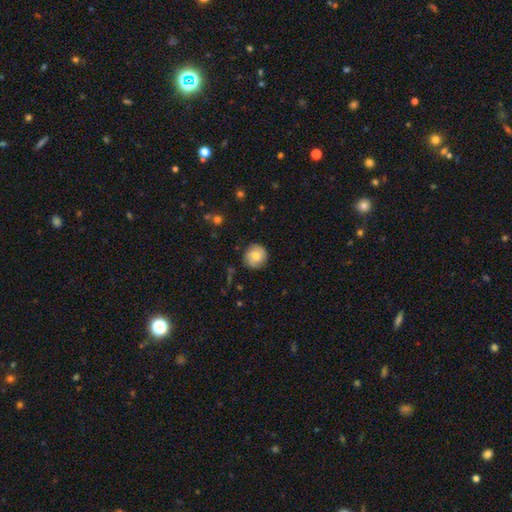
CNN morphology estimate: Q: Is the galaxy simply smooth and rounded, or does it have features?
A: smooth — 65%.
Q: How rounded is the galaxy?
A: round — 91%.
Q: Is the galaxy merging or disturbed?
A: none — 83%.